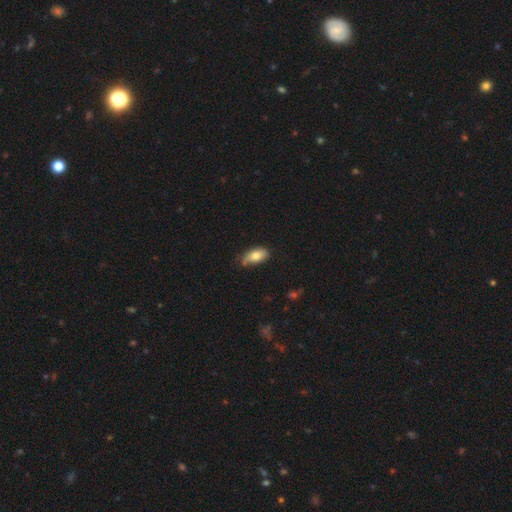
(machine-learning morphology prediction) This appears to be a smooth galaxy with no disk features (81%) that is in between round and cigar-shaped (90%). Merging: none (62%).